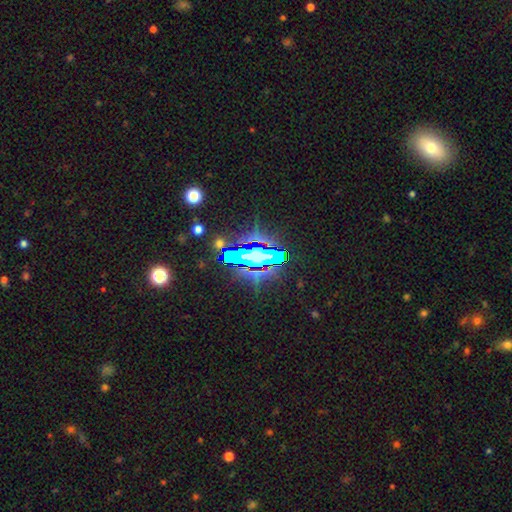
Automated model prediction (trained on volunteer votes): A star or artifact, not a galaxy (66%).